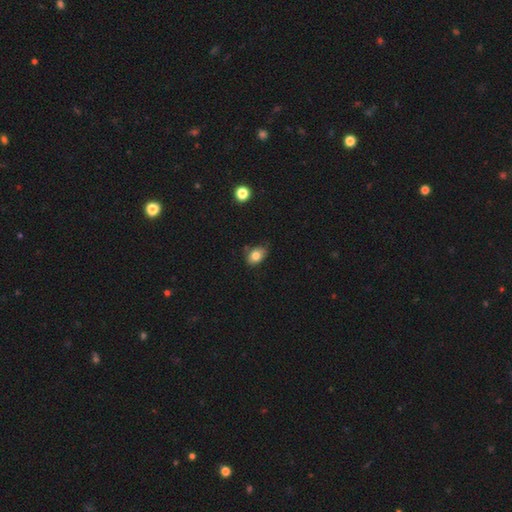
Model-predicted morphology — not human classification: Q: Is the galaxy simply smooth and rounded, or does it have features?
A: smooth — 79%.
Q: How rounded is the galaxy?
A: in between — 77%.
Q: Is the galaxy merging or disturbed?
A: none — 64%.